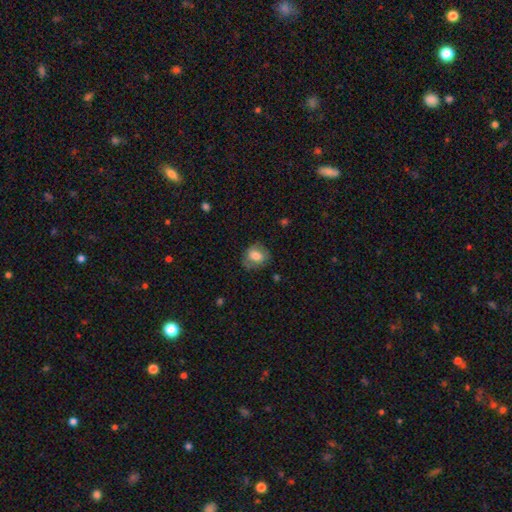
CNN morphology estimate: Q: Smooth or featured?
A: smooth (69%); runner-up: featured or disk (23%)
Q: How rounded?
A: round (52%); runner-up: in between (47%)
Q: Merging?
A: none (67%); runner-up: minor disturbance (22%)